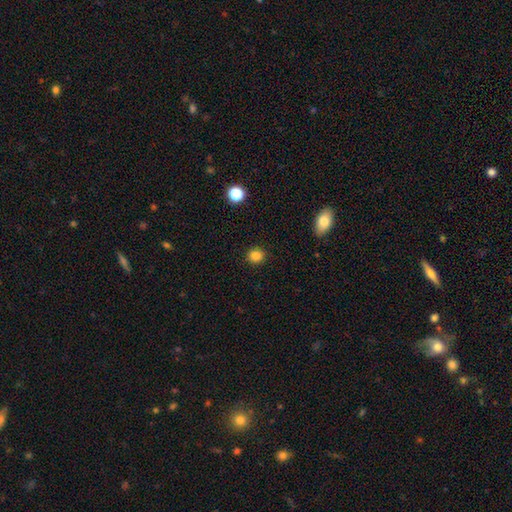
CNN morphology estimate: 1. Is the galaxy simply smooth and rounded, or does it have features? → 84% smooth, 12% star or artifact, 4% featured or disk.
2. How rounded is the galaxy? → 86% round, 13% in between, 1% cigar-shaped.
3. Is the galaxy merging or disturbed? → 91% none, 6% minor disturbance, 2% major disturbance, 1% merger.